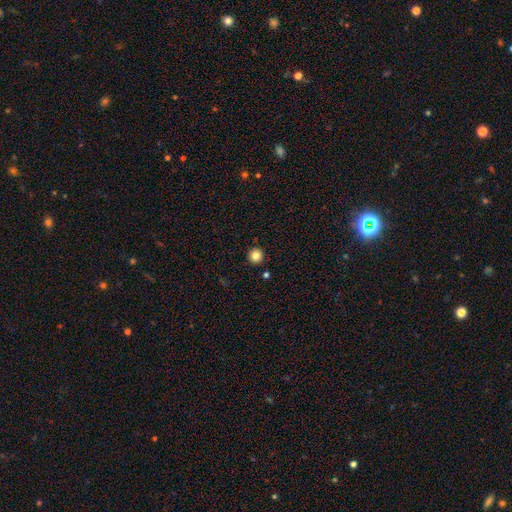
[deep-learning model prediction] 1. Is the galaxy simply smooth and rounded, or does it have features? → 83% smooth, 11% star or artifact, 6% featured or disk.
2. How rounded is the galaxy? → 95% round, 4% in between, 1% cigar-shaped.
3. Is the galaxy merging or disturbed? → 92% none, 5% minor disturbance, 2% merger, 1% major disturbance.